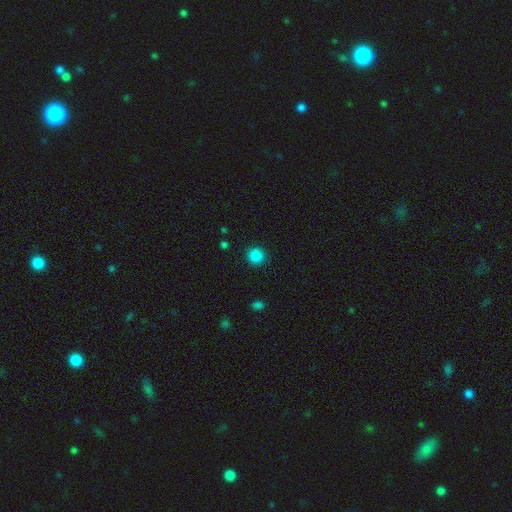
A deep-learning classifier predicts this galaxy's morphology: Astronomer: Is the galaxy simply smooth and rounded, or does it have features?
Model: smooth — 85%.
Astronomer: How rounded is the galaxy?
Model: round — 93%.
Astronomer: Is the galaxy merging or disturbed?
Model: none — 90%.